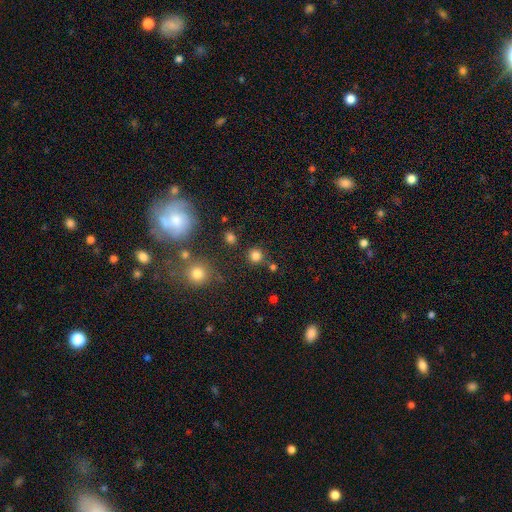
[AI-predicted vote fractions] smooth-or-featured: smooth: 80% | star or artifact: 15% | featured or disk: 5%
  how-rounded: round: 92% | in between: 7% | cigar-shaped: 1%
  merging: none: 82% | minor disturbance: 8% | merger: 7% | major disturbance: 3%